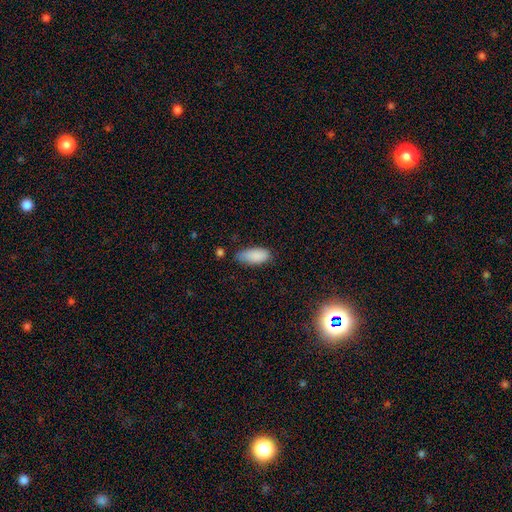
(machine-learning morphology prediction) type=smooth (88%); roundness=in between (88%); merging=none (61%).